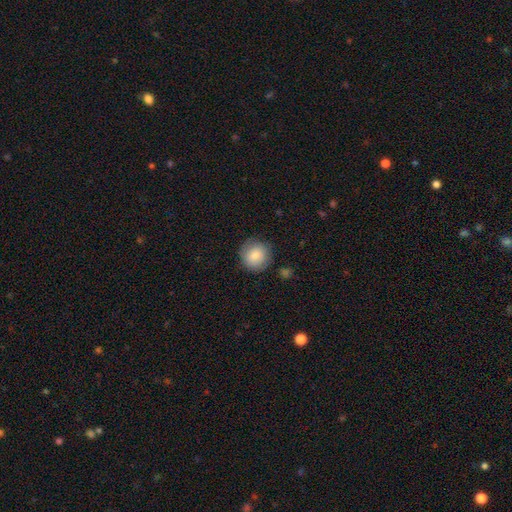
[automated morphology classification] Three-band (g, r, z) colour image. It shows a smooth galaxy with no disk features (84%) that is round (90%). Merging: none (82%).